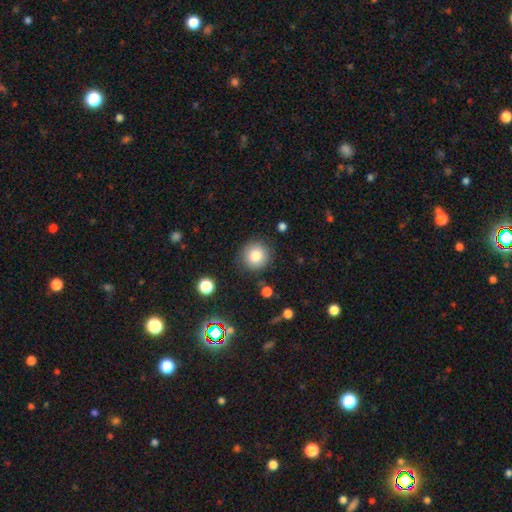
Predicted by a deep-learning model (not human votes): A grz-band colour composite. It shows a smooth galaxy with no disk features (82%) that is round (93%). Merging: none (85%).